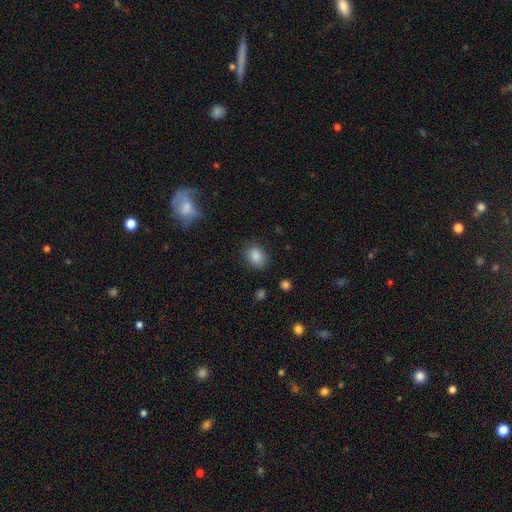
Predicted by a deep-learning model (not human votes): Smooth or featured? smooth (86%)
How rounded? in between (56%)
Merging? none (82%)